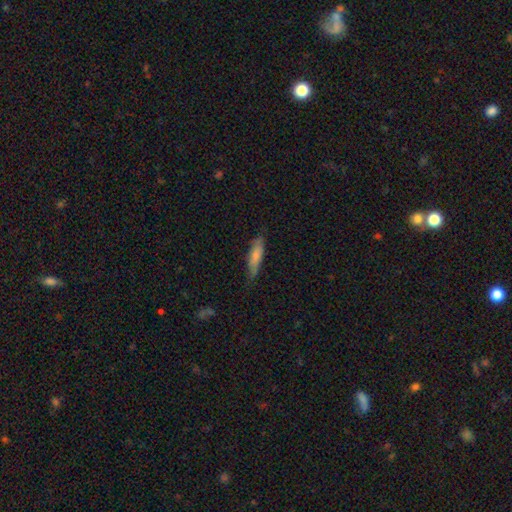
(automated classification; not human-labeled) Q: Smooth or featured?
A: smooth (74%); runner-up: featured or disk (21%)
Q: How rounded?
A: cigar-shaped (63%); runner-up: in between (35%)
Q: Merging?
A: none (70%); runner-up: minor disturbance (24%)